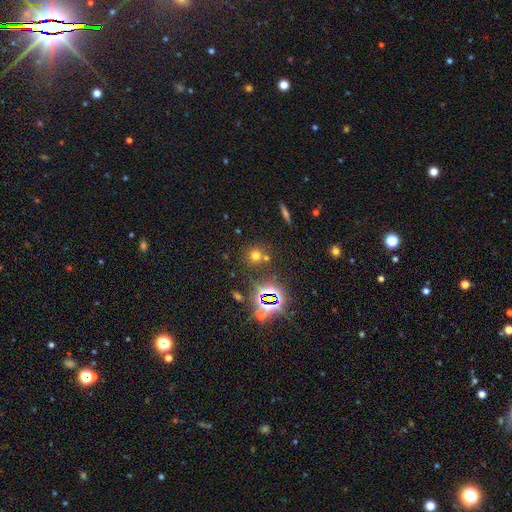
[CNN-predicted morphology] This is possibly a smooth galaxy (58%). How rounded: clearly round (90%). Merging: likely none (72%).